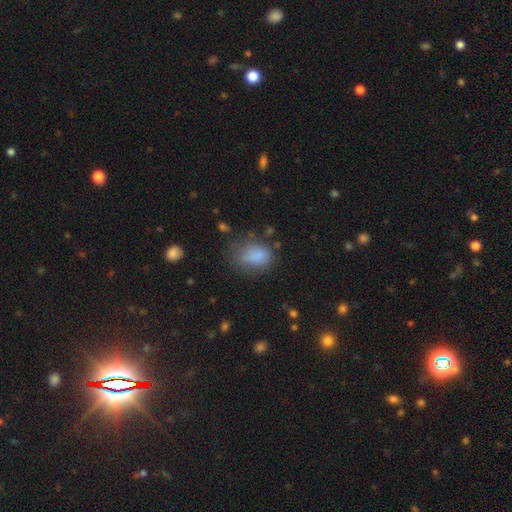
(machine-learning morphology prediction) This is clearly a smooth galaxy (81%). How rounded: likely in between (74%). Merging: possibly none (54%).